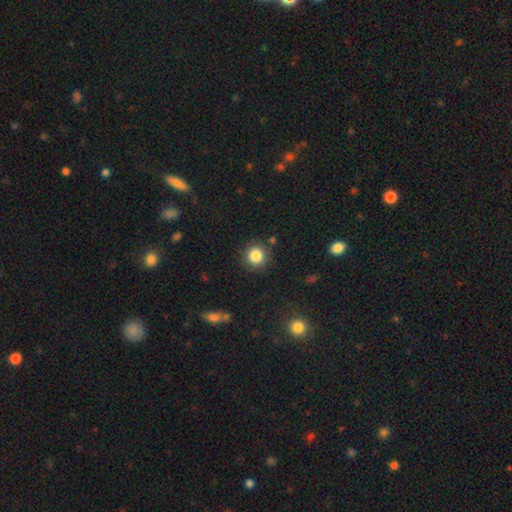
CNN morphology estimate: A smooth galaxy with no disk features (85%) that is round (91%). Merging: none (87%).